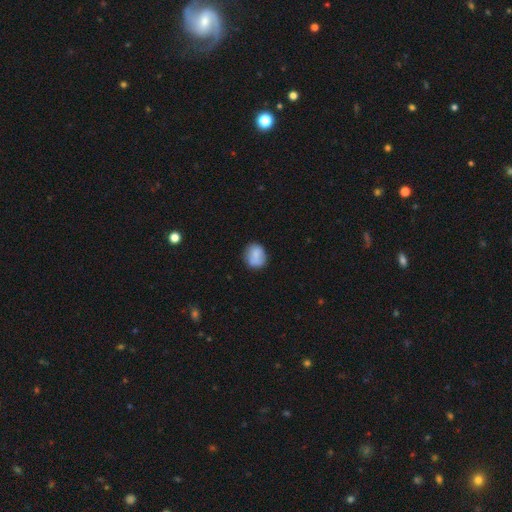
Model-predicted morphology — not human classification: smooth 78%, featured or disk 14%, star or artifact 8%. Down the decision tree: how rounded — round (69%); merging — none (72%).